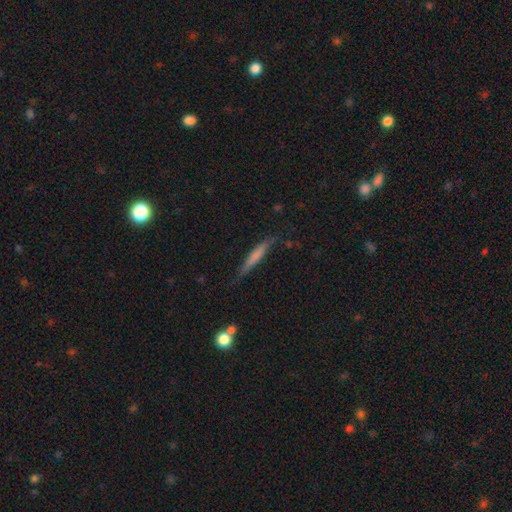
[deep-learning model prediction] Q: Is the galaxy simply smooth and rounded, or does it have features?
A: smooth — 61%.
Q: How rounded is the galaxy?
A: cigar-shaped — 93%.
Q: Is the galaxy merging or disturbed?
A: none — 75%.